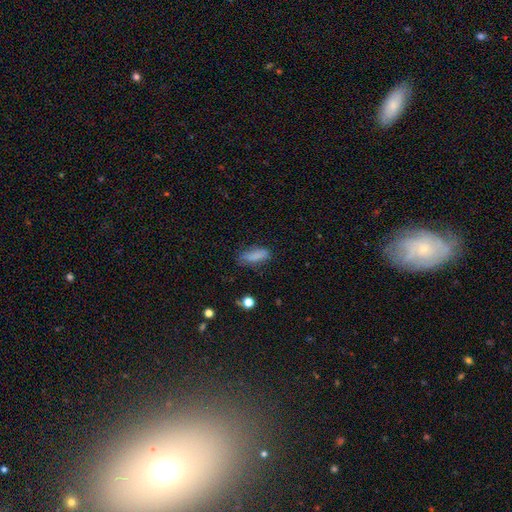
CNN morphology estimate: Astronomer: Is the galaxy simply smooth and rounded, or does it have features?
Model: smooth — 82%.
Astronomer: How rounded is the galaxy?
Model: in between — 67%.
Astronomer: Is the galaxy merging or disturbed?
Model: none — 67%.